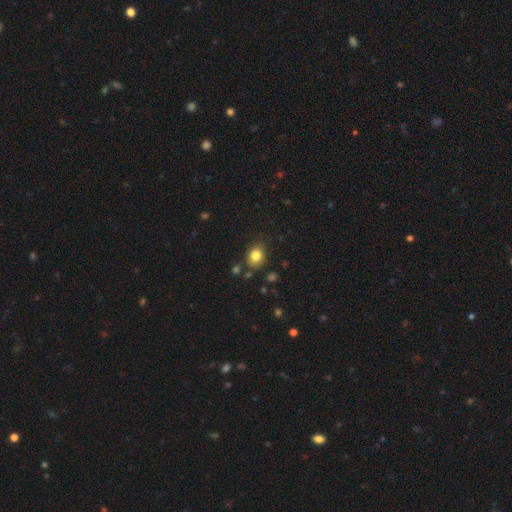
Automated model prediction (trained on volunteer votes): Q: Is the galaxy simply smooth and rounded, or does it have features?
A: smooth — 82%.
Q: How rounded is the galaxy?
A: in between — 54%.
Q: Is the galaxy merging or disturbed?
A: none — 80%.